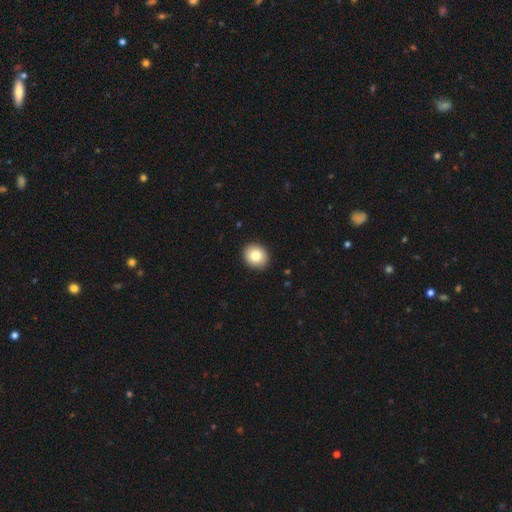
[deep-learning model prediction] Smooth or featured: smooth — 80% (featured or disk — 11%)
How rounded: round — 73% (in between — 26%)
Merging: none — 92% (minor disturbance — 6%)